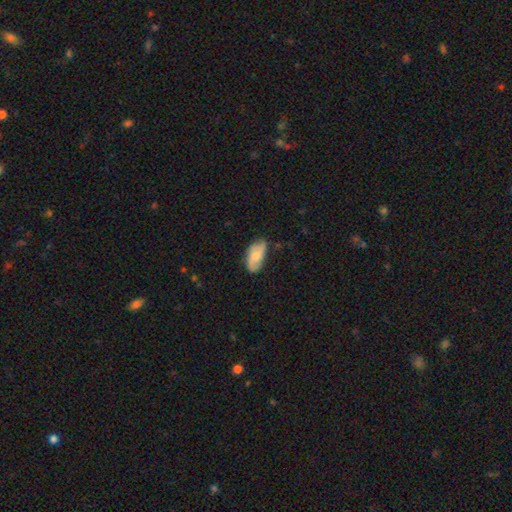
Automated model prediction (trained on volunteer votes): Overall: smooth (55%; featured or disk 39%). How rounded: in between (92%). Merging: none (66%; minor disturbance 27%).